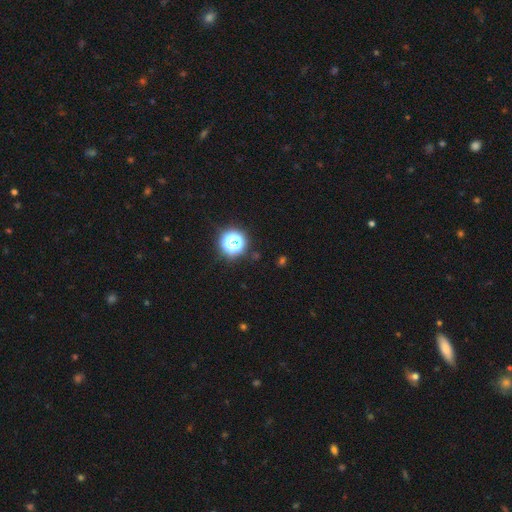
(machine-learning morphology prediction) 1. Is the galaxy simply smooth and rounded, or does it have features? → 66% star or artifact, 27% smooth, 7% featured or disk.